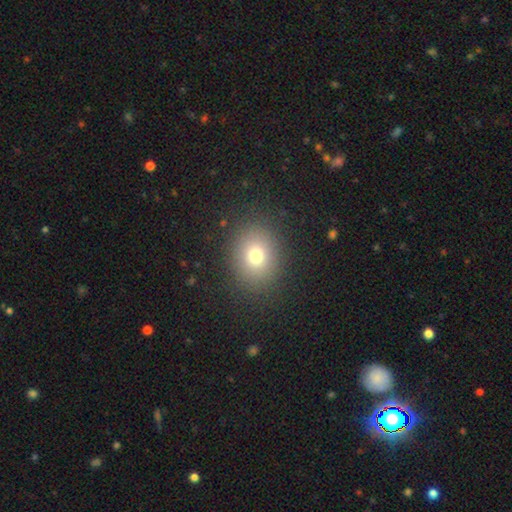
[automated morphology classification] Overall: smooth (76%). How rounded: round (56%; in between 44%). Merging: none (87%).